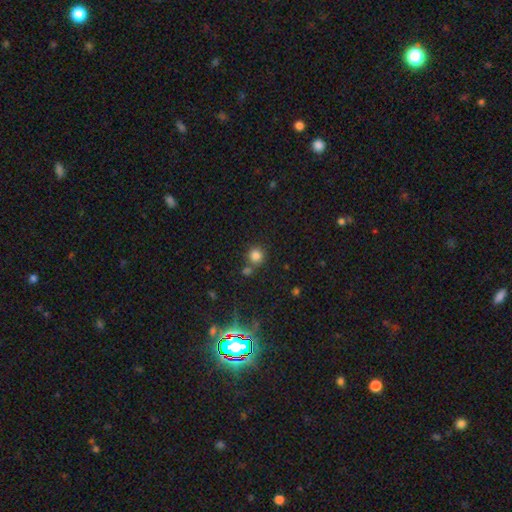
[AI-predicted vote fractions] A smooth galaxy with no disk features (81%) that is round (91%). Merging: none (71%).